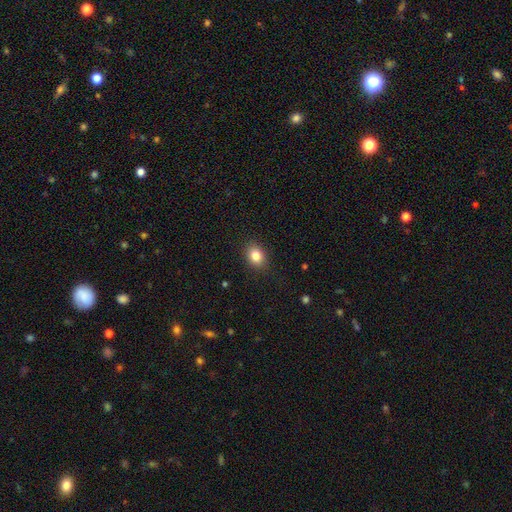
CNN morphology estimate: This is clearly a smooth galaxy (85%). How rounded: likely in between (63%). Merging: clearly none (89%).